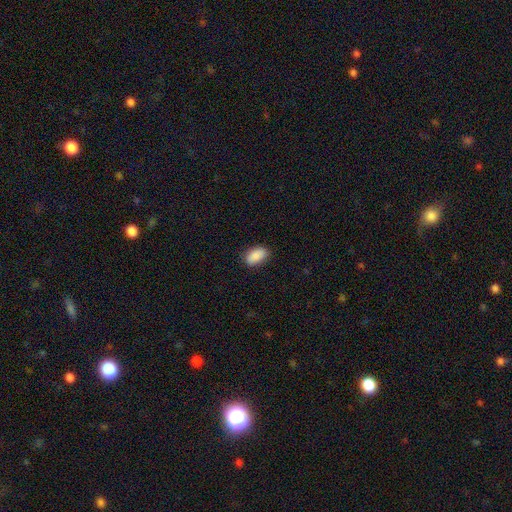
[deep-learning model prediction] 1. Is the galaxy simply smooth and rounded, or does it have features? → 90% smooth, 7% star or artifact, 4% featured or disk.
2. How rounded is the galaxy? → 93% in between, 5% round, 2% cigar-shaped.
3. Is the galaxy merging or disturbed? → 84% none, 13% minor disturbance, 3% major disturbance, 1% merger.